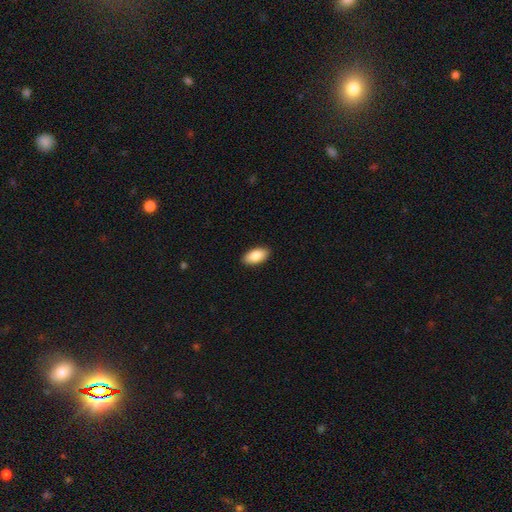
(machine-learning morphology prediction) A smooth galaxy with no disk features (84%) that is in between round and cigar-shaped (93%).

Vote fractions:
- Smooth or featured? smooth: 84% / featured or disk: 10% / star or artifact: 6%
- How rounded? in between: 93% / cigar-shaped: 4% / round: 3%
- Merging? none: 91% / minor disturbance: 7% / major disturbance: 2% / merger: 1%